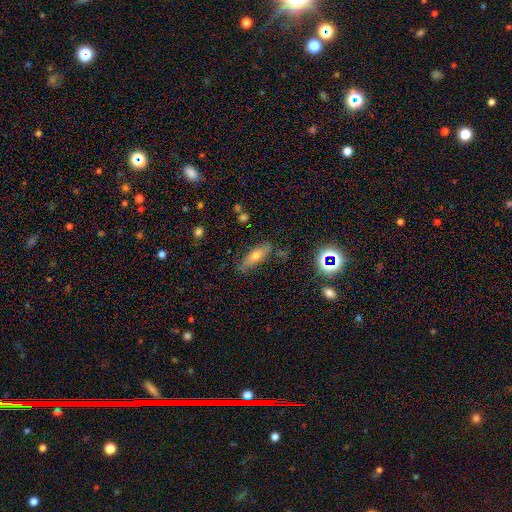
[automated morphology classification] smooth 61%, featured or disk 27%, star or artifact 12%. Down the decision tree: how rounded — in between (51%); merging — none (76%).